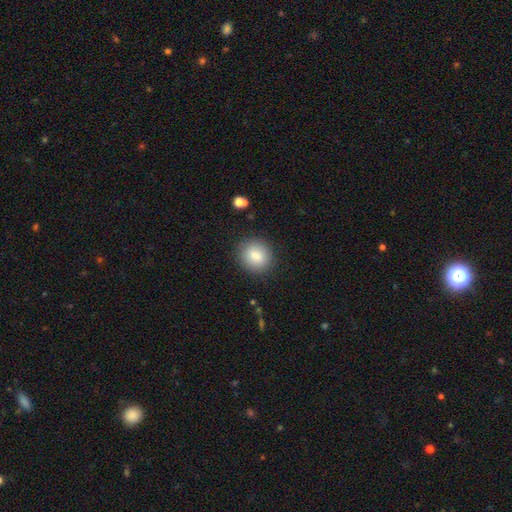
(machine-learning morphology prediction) This appears to be a smooth galaxy with no disk features (85%) that is round (81%). Merging: none (88%).